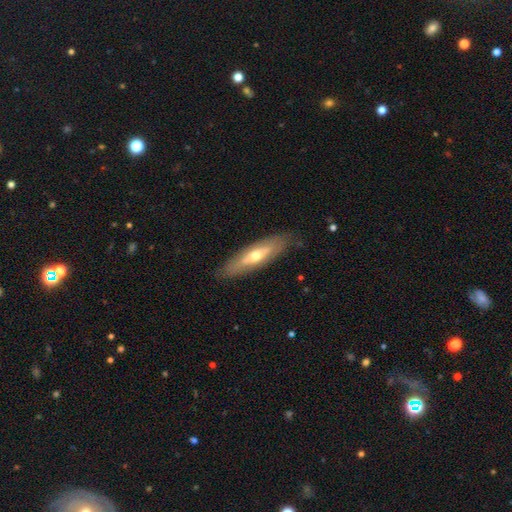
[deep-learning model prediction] This appears to be a featured or disk galaxy (48%). Merging: none (83%).